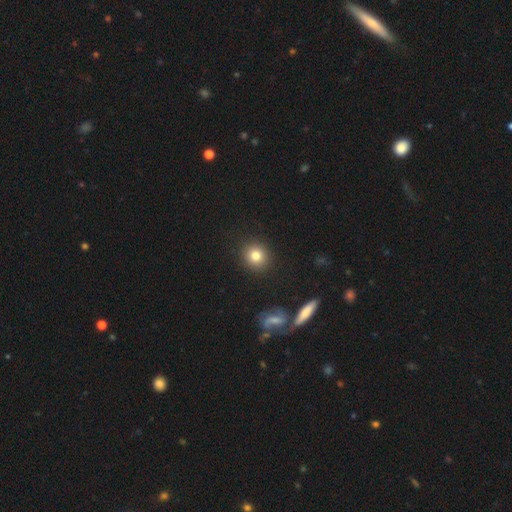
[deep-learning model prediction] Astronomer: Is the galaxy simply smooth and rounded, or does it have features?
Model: smooth — 80%.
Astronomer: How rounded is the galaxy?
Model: round — 88%.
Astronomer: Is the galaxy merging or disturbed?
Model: none — 89%.